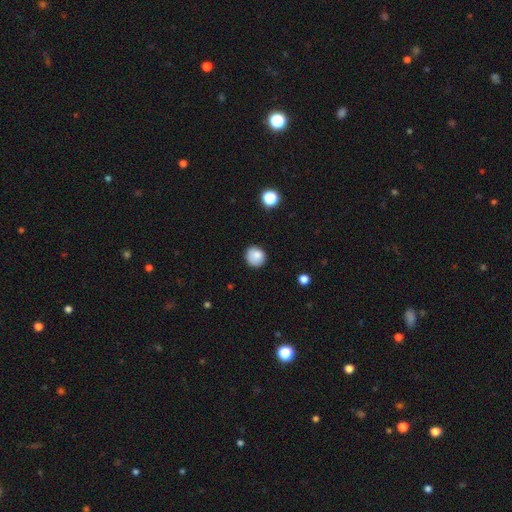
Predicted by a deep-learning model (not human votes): The model was most divided on "merging": none: 84%, minor disturbance: 12%, major disturbance: 3%, merger: 1%. More confident: how rounded — round (88%); smooth or featured — smooth (86%).